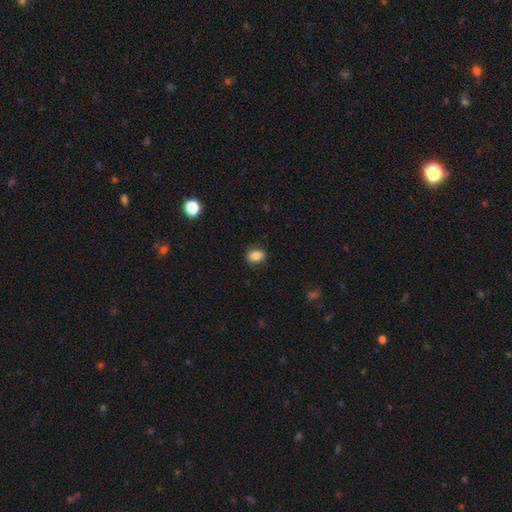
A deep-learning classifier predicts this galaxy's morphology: This is clearly a smooth galaxy (86%). How rounded: likely in between (66%). Merging: clearly none (83%).